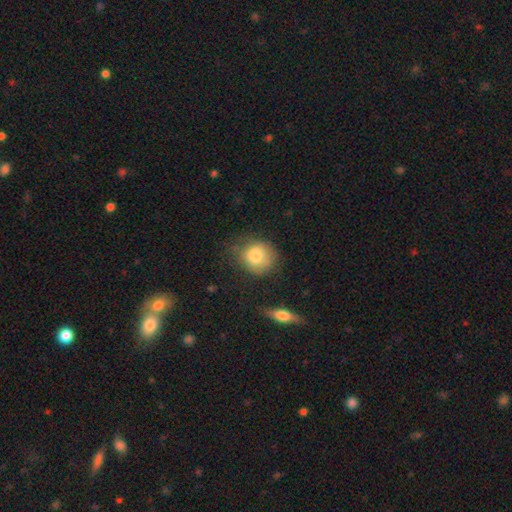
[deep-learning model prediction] A smooth galaxy with no disk features (80%) that is round (79%). Merging: none (63%).